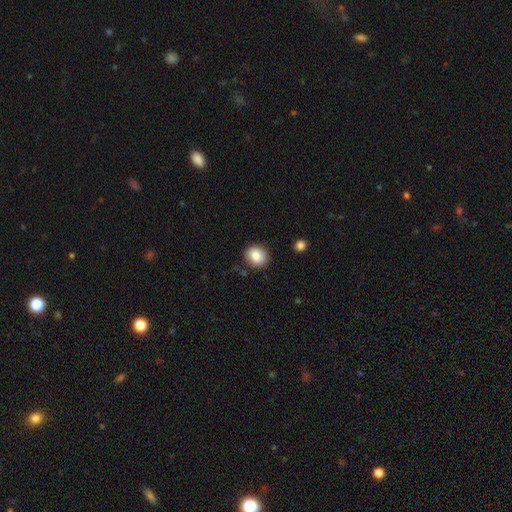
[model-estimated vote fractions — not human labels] smooth 86%, star or artifact 8%, featured or disk 6%. Down the decision tree: how rounded — round (66%); merging — none (85%).